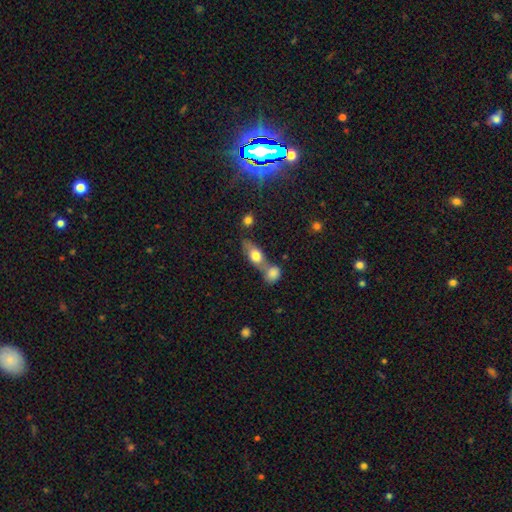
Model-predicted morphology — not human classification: smooth 68%, featured or disk 23%, star or artifact 9%. Down the decision tree: how rounded — in between (73%); merging — merger (45%).